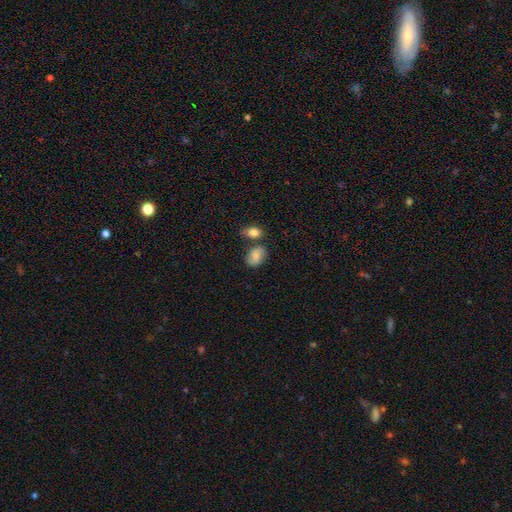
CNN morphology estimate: smooth-or-featured: smooth: 73% | featured or disk: 18% | star or artifact: 9%
  how-rounded: in between: 78% | round: 20% | cigar-shaped: 2%
  merging: none: 61% | minor disturbance: 18% | merger: 15% | major disturbance: 5%